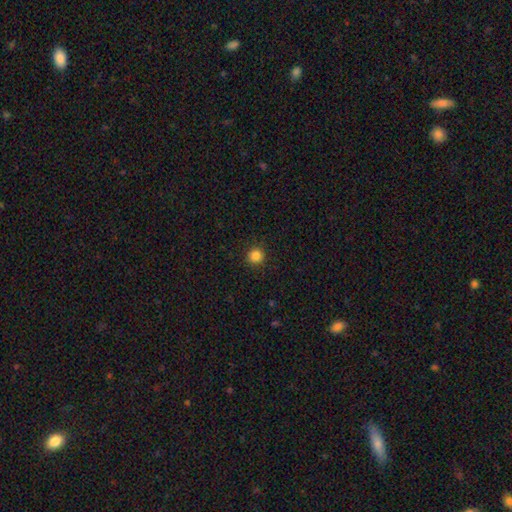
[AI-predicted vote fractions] The model was most divided on "smooth or featured": smooth: 84%, star or artifact: 12%, featured or disk: 4%. More confident: how rounded — round (94%); merging — none (92%).